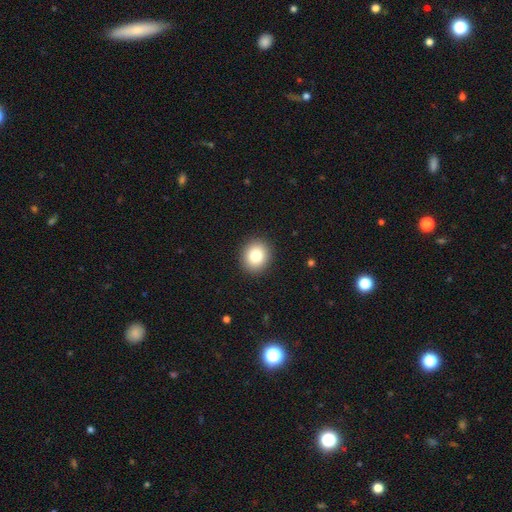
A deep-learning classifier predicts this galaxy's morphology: Overall: smooth (81%). How rounded: round (79%). Merging: none (91%).